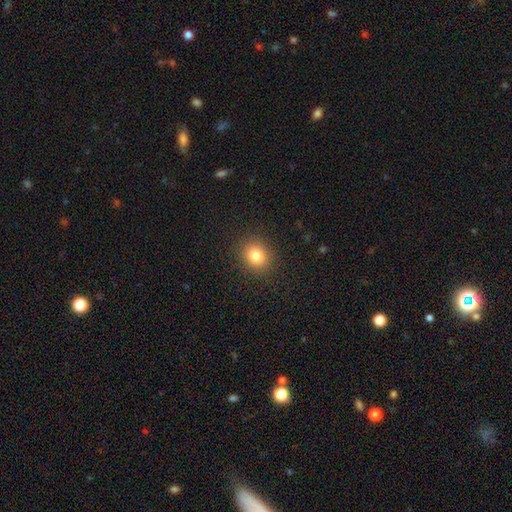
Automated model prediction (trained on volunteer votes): A smooth galaxy with no disk features (81%) that is round (75%). Merging: none (90%).